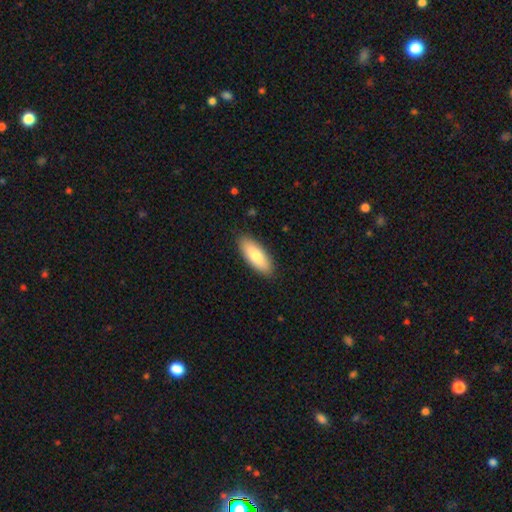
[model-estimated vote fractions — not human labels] Smooth or featured?
  - smooth: 80% *
  - featured or disk: 14%
  - star or artifact: 5%
How rounded?
  - in between: 75% *
  - cigar-shaped: 23%
  - round: 2%
Merging?
  - none: 88% *
  - minor disturbance: 9%
  - major disturbance: 2%
  - merger: 1%